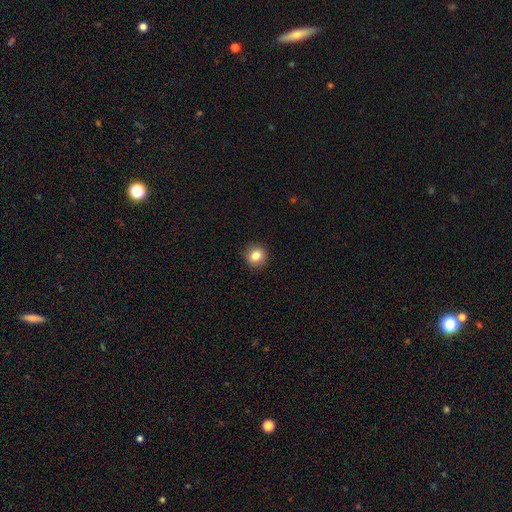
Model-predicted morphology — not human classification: Q: Smooth or featured?
A: smooth (85%); runner-up: star or artifact (10%)
Q: How rounded?
A: round (88%); runner-up: in between (11%)
Q: Merging?
A: none (92%); runner-up: minor disturbance (6%)